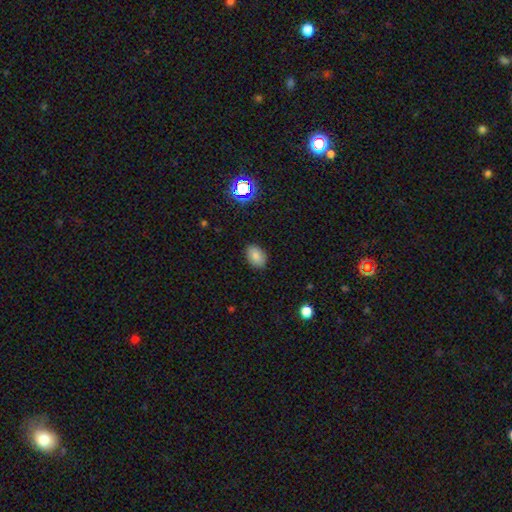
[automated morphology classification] This appears to be a smooth galaxy with no disk features (80%) that is in between round and cigar-shaped (83%). Merging: none (87%).